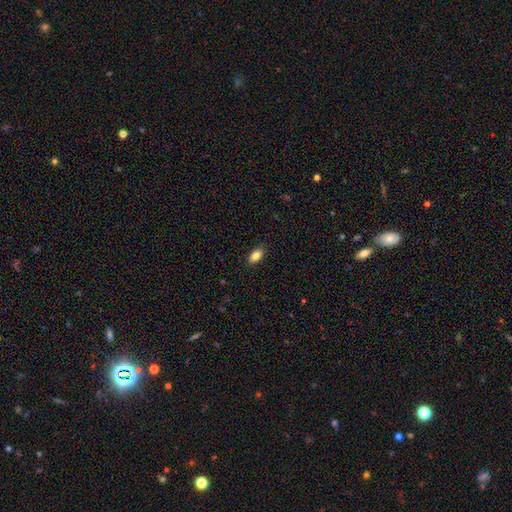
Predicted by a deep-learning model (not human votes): smooth 85%, star or artifact 8%, featured or disk 6%. Down the decision tree: how rounded — in between (90%); merging — none (88%).